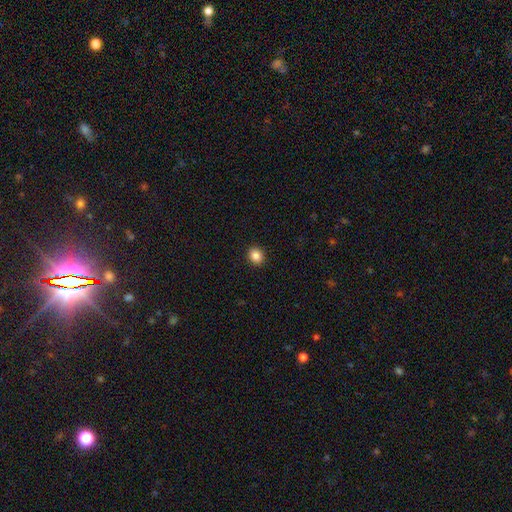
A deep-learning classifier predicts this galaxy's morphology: A smooth galaxy with no disk features (86%) that is round (69%). Merging: none (92%).